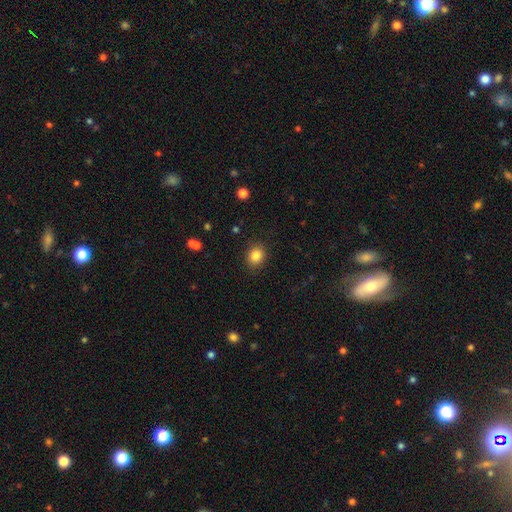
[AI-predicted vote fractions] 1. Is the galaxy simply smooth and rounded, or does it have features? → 84% smooth, 10% star or artifact, 6% featured or disk.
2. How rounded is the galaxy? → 59% round, 41% in between, 1% cigar-shaped.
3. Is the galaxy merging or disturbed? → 87% none, 9% minor disturbance, 3% major disturbance, 1% merger.